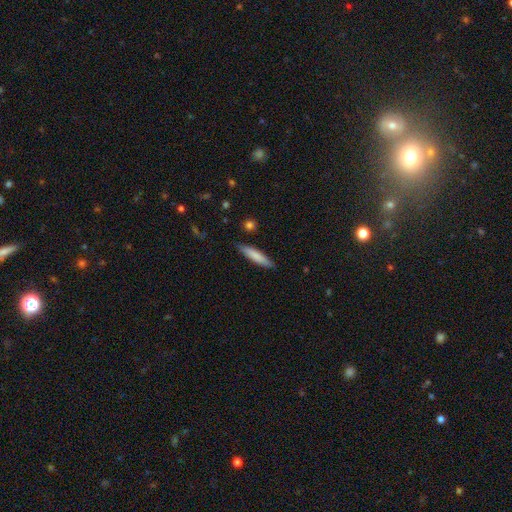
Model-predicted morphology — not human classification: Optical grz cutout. It shows a smooth galaxy with no disk features (78%) that is cigar-shaped (86%). Merging: none (86%).